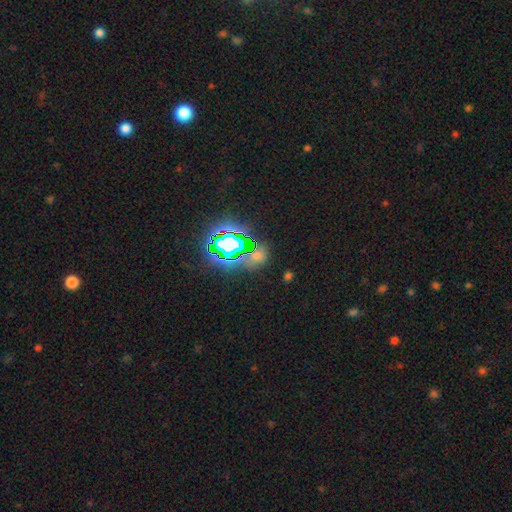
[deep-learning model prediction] Smooth or featured?
  - star or artifact: 66% *
  - smooth: 23%
  - featured or disk: 10%